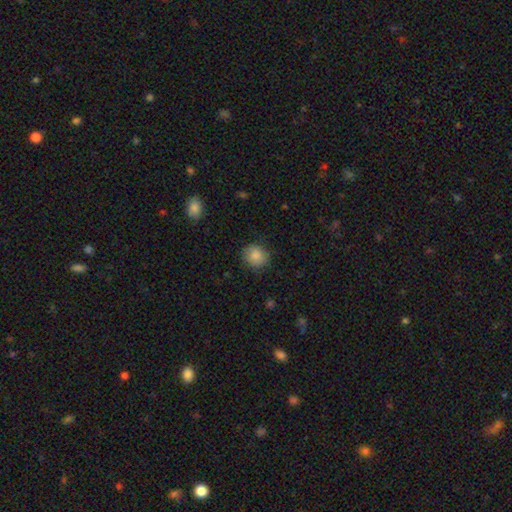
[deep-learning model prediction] Smooth or featured: smooth — 86% (star or artifact — 8%)
How rounded: round — 82% (in between — 17%)
Merging: none — 84% (minor disturbance — 12%)